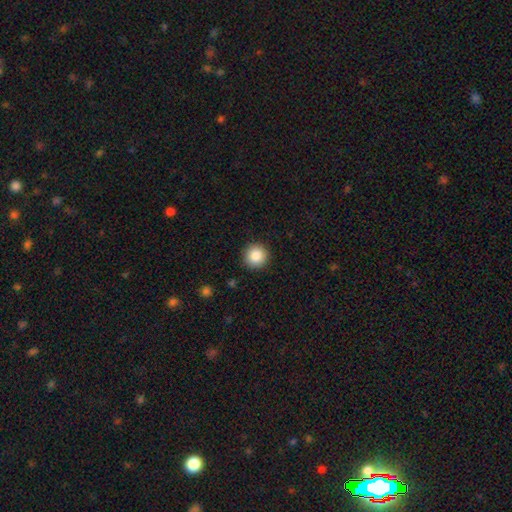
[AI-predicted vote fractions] Smooth or featured? smooth (86%)
How rounded? round (96%)
Merging? none (92%)